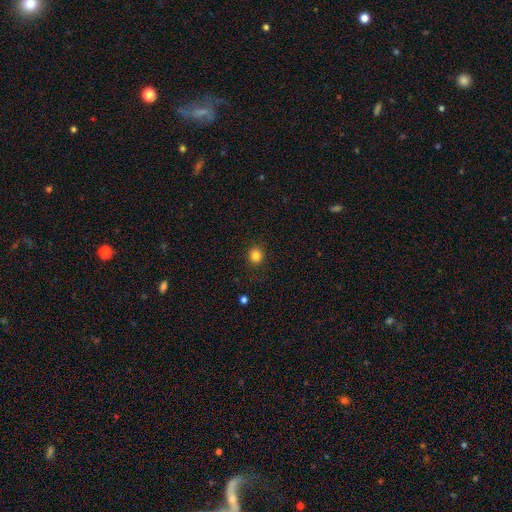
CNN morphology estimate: A smooth galaxy with no disk features (83%) that is round (84%).

Vote fractions:
- Smooth or featured? smooth: 83% / star or artifact: 12% / featured or disk: 5%
- How rounded? round: 84% / in between: 15% / cigar-shaped: 1%
- Merging? none: 89% / minor disturbance: 7% / major disturbance: 2% / merger: 1%